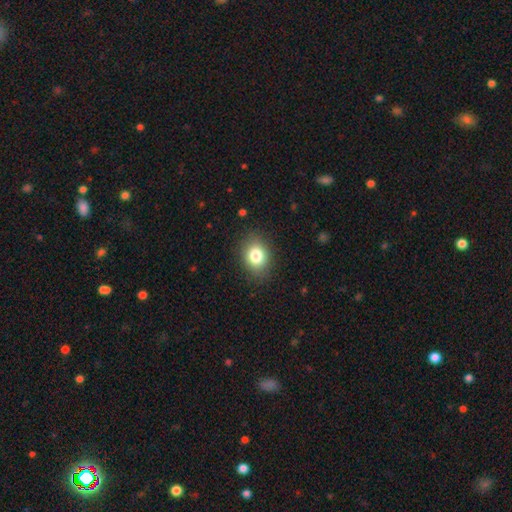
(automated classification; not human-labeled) This appears to be a smooth galaxy with no disk features (81%) that is in between round and cigar-shaped (58%). Merging: none (86%).